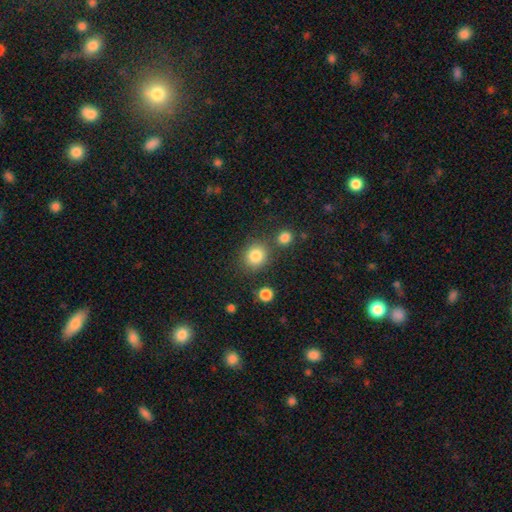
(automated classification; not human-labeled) smooth-or-featured: smooth: 83% | star or artifact: 11% | featured or disk: 6%
  how-rounded: round: 82% | in between: 17% | cigar-shaped: 1%
  merging: none: 78% | minor disturbance: 9% | merger: 9% | major disturbance: 4%